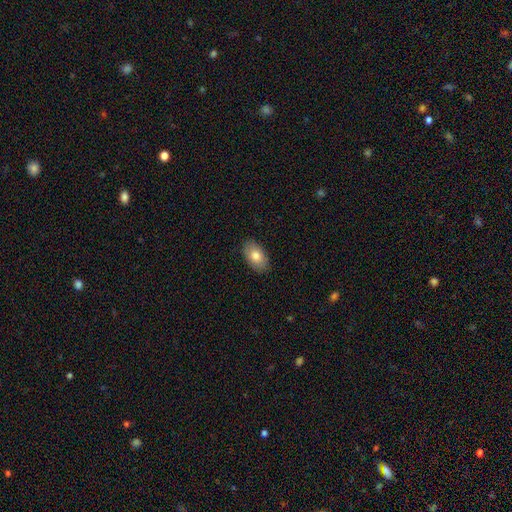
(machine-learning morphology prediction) Smooth or featured? Predicted: smooth (p=0.80). How rounded? Predicted: in between (p=0.92). Merging? Predicted: none (p=0.87).